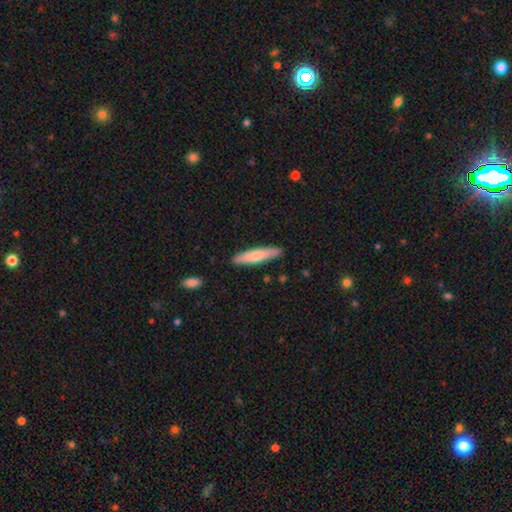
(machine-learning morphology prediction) type=smooth (70%); roundness=cigar-shaped (84%); merging=none (88%).